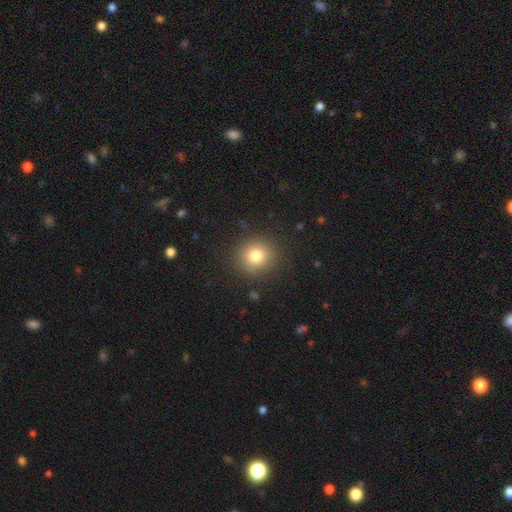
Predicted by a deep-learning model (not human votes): smooth_or_featured: smooth (p=0.80) [alt: star or artifact p=0.12]
how_rounded: round (p=0.90) [alt: in between p=0.09]
merging: none (p=0.88) [alt: minor disturbance p=0.07]